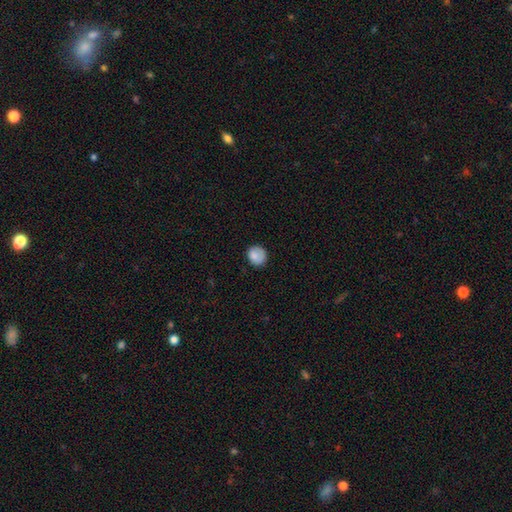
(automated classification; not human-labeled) Q: Smooth or featured?
A: smooth (83%); runner-up: featured or disk (9%)
Q: How rounded?
A: round (76%); runner-up: in between (23%)
Q: Merging?
A: none (77%); runner-up: minor disturbance (18%)